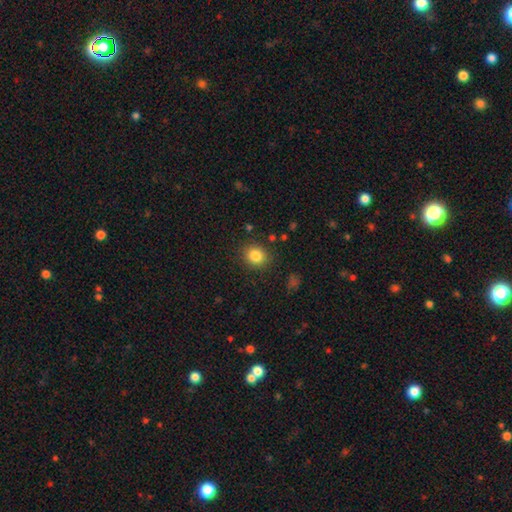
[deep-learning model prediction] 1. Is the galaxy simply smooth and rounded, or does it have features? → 84% smooth, 11% star or artifact, 6% featured or disk.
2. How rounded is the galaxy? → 80% round, 20% in between, 1% cigar-shaped.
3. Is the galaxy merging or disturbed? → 87% none, 8% minor disturbance, 3% major disturbance, 1% merger.